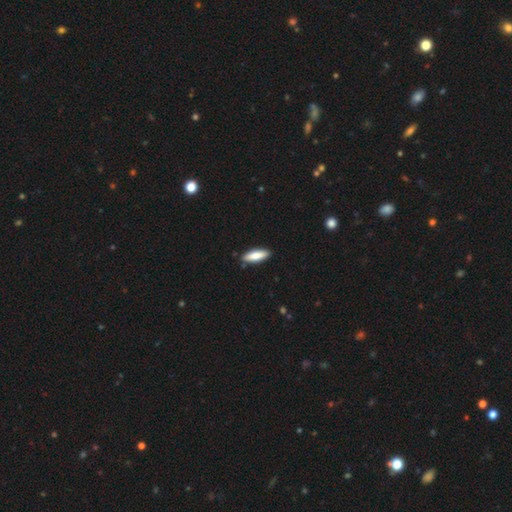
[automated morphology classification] Smooth or featured? Predicted: smooth (p=0.78). How rounded? Predicted: cigar-shaped (p=0.50). Merging? Predicted: none (p=0.88).